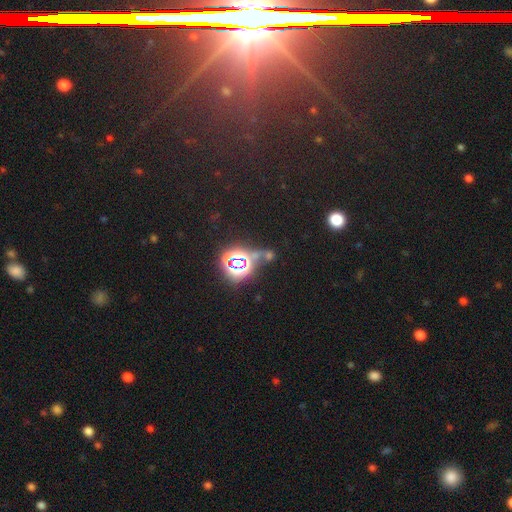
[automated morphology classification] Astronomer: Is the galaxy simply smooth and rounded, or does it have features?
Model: star or artifact — 69%.